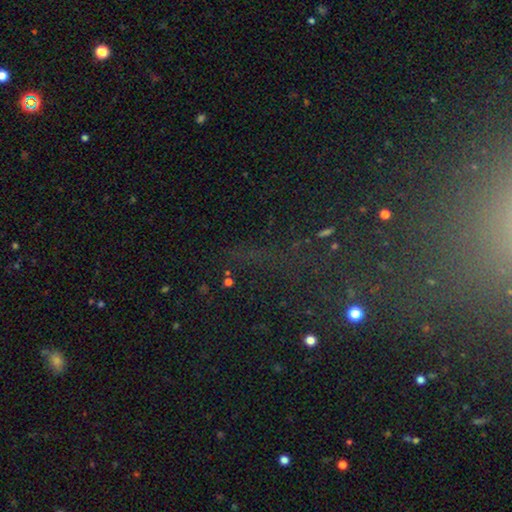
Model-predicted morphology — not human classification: The model was most divided on "smooth or featured": star or artifact: 70%, smooth: 17%, featured or disk: 14%.